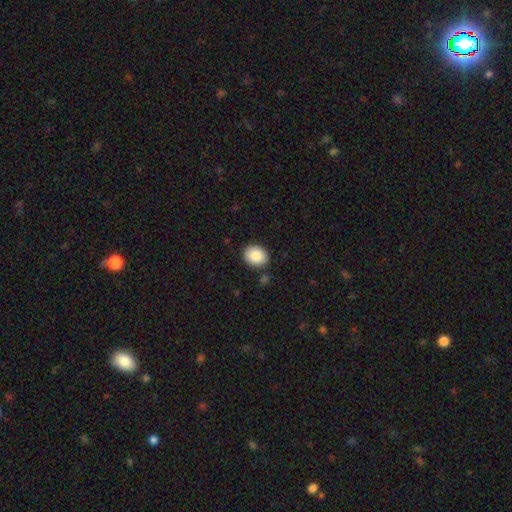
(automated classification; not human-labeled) The model was most divided on "how rounded": in between: 50%, round: 49%, cigar-shaped: 1%. More confident: smooth or featured — smooth (89%); merging — none (86%).